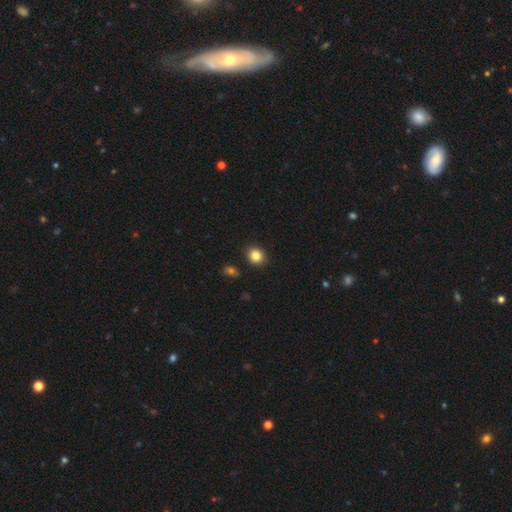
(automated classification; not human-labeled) A smooth galaxy with no disk features (84%) that is round (78%).

Vote fractions:
- Smooth or featured? smooth: 84% / star or artifact: 11% / featured or disk: 5%
- How rounded? round: 78% / in between: 21% / cigar-shaped: 1%
- Merging? none: 90% / minor disturbance: 7% / merger: 2% / major disturbance: 2%